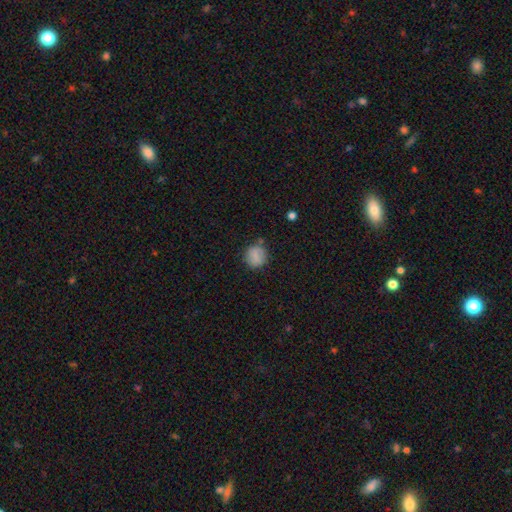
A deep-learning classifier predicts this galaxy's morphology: A smooth galaxy with no disk features (81%) that is round (82%).

Vote fractions:
- Smooth or featured? smooth: 81% / featured or disk: 10% / star or artifact: 9%
- How rounded? round: 82% / in between: 17% / cigar-shaped: 1%
- Merging? none: 78% / minor disturbance: 15% / major disturbance: 4% / merger: 3%